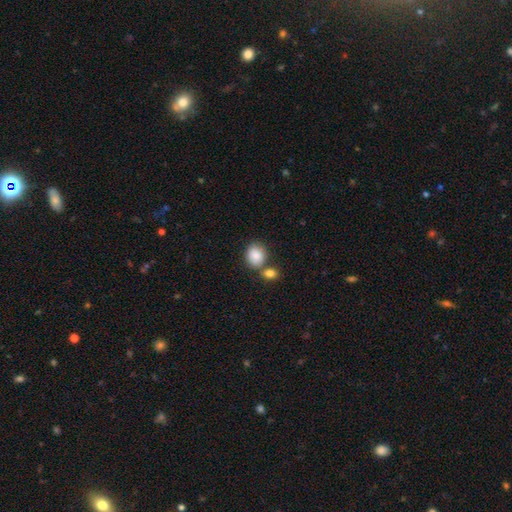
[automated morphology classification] smooth 86%, star or artifact 7%, featured or disk 6%. Down the decision tree: how rounded — round (60%); merging — none (56%).